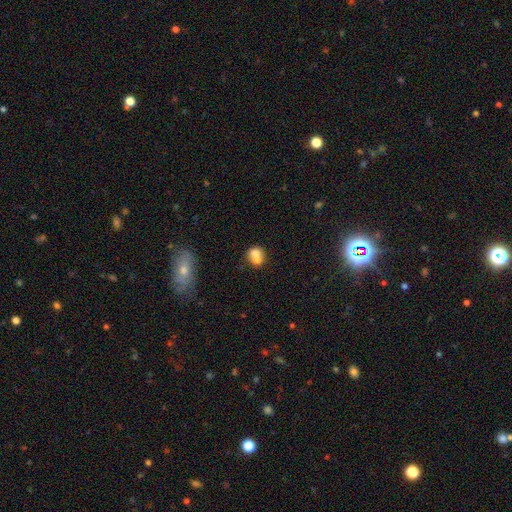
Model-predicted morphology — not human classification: Smooth or featured? Predicted: smooth (p=0.72). How rounded? Predicted: round (p=0.68). Merging? Predicted: merger (p=0.58).